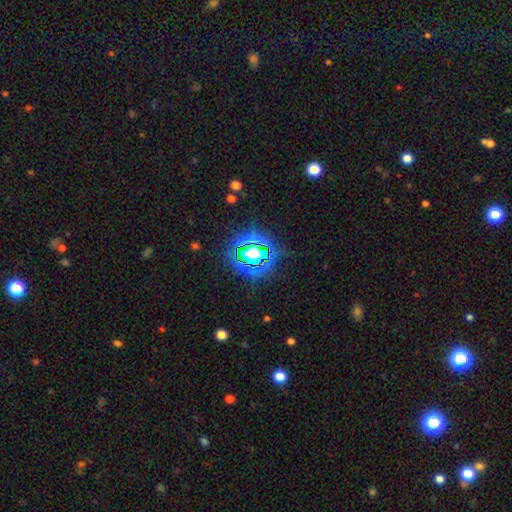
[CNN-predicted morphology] smooth_or_featured: star or artifact (p=0.69) [alt: smooth p=0.21]